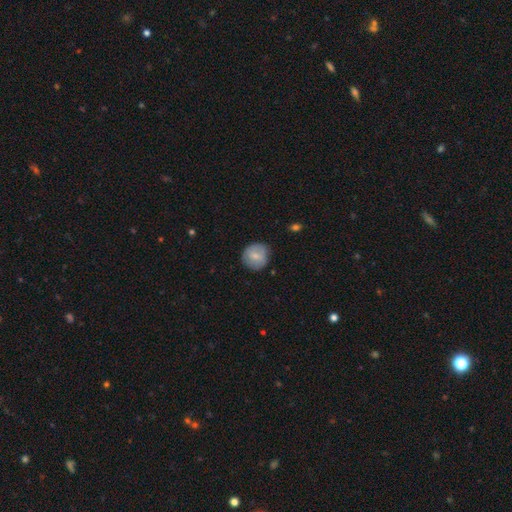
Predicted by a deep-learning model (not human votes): A smooth galaxy with no disk features (71%) that is round (89%).

Vote fractions:
- Smooth or featured? smooth: 71% / featured or disk: 22% / star or artifact: 7%
- How rounded? round: 89% / in between: 10% / cigar-shaped: 1%
- Merging? none: 82% / minor disturbance: 13% / major disturbance: 3% / merger: 1%